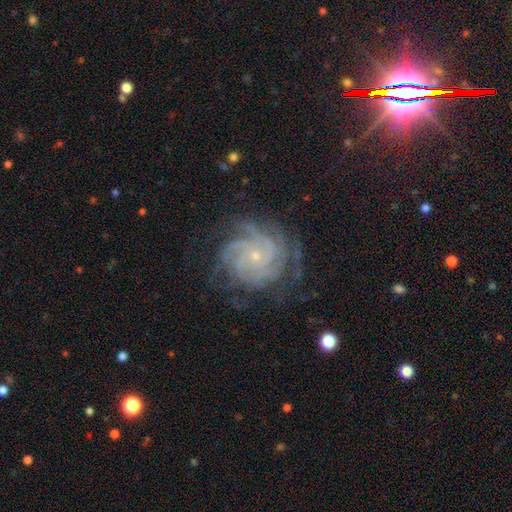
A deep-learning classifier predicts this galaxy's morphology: Overall: featured or disk (87%). Edge-on disk: no (98%). Bar: no (77%). Spiral arms: yes (98%). Spiral arm count: 4 (32%; can't tell 19%). Spiral winding: tight (73%). Bulge size: small (83%). Merging: none (73%).